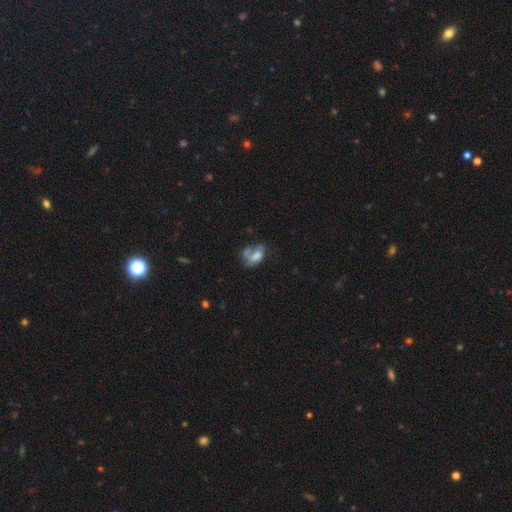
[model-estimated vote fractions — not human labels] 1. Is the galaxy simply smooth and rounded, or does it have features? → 51% smooth, 38% featured or disk, 11% star or artifact.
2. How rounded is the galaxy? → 80% in between, 18% round, 2% cigar-shaped.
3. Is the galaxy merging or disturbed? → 29% major disturbance, 27% none, 23% merger, 21% minor disturbance.